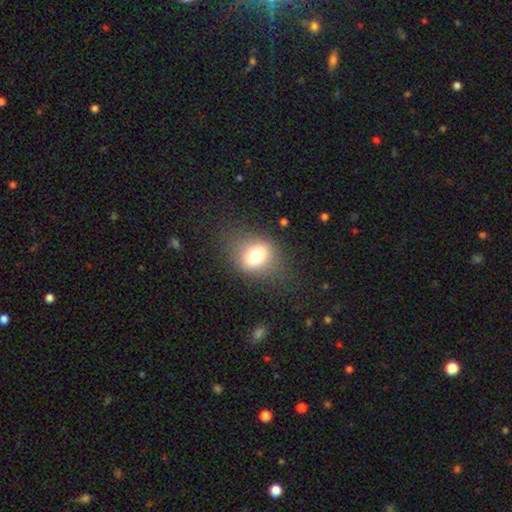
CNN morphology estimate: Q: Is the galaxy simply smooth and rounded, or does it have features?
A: smooth — 72%.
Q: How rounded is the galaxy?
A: round — 51%.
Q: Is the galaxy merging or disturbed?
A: none — 71%.